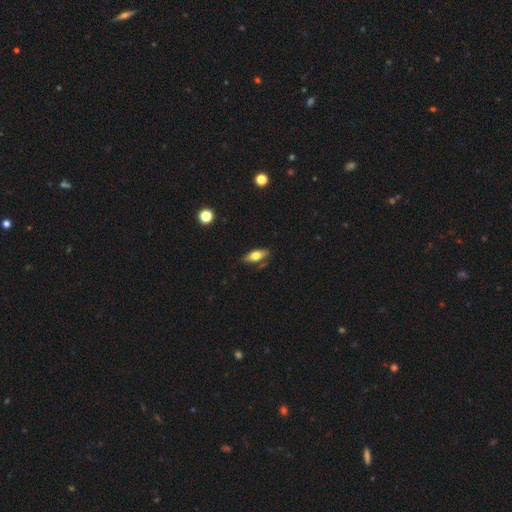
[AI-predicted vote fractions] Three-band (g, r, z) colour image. It shows a smooth galaxy with no disk features (67%) that is in between round and cigar-shaped (76%). Merging: none (77%).